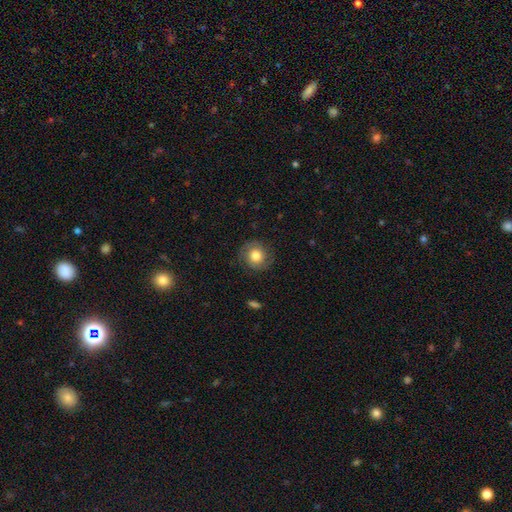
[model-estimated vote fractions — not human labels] Smooth or featured? Predicted: smooth (p=0.55). How rounded? Predicted: round (p=0.89). Merging? Predicted: none (p=0.82).